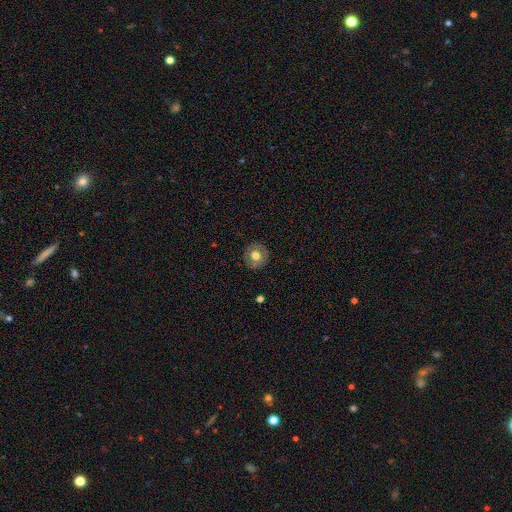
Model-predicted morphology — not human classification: Smooth or featured? Predicted: smooth (p=0.62). How rounded? Predicted: round (p=0.90). Merging? Predicted: none (p=0.87).